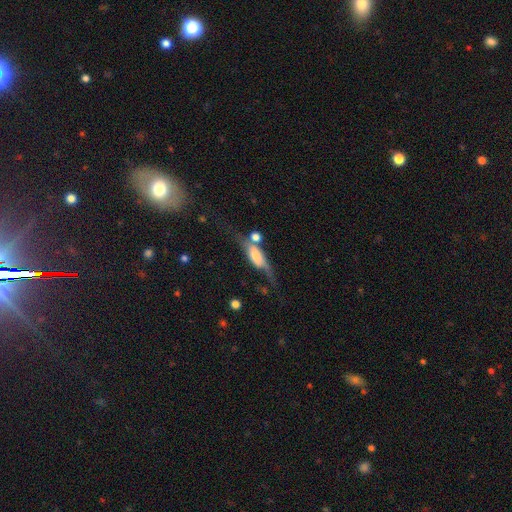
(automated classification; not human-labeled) Q: Smooth or featured?
A: featured or disk (56%); runner-up: smooth (37%)
Q: Edge-on disk?
A: yes (56%); runner-up: no (44%)
Q: Merging?
A: none (39%); runner-up: major disturbance (23%)